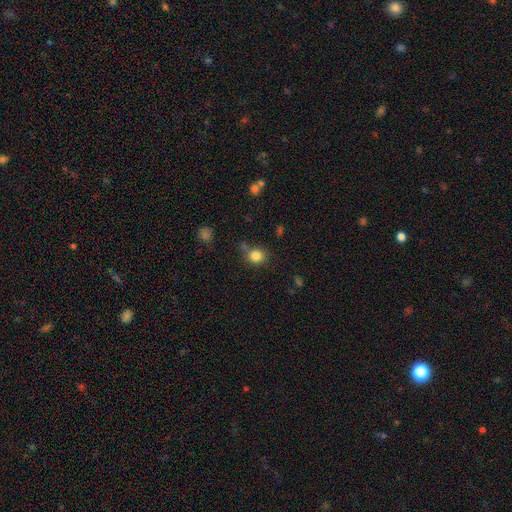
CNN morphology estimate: Overall: smooth (83%). How rounded: round (79%). Merging: none (71%).